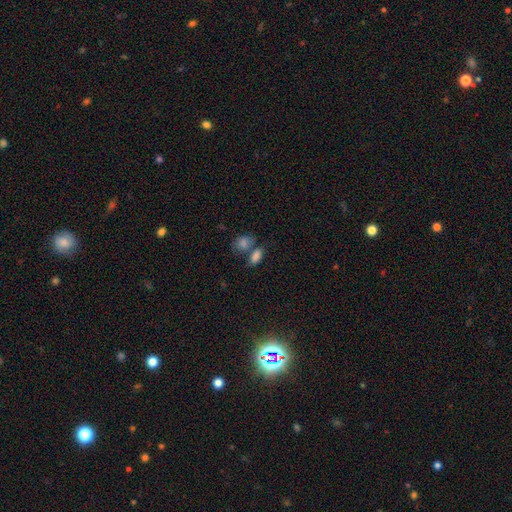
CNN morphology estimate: Smooth or featured?
  - smooth: 83% *
  - star or artifact: 10%
  - featured or disk: 7%
How rounded?
  - in between: 88% *
  - round: 9%
  - cigar-shaped: 3%
Merging?
  - none: 42% *
  - merger: 40%
  - minor disturbance: 13%
  - major disturbance: 6%